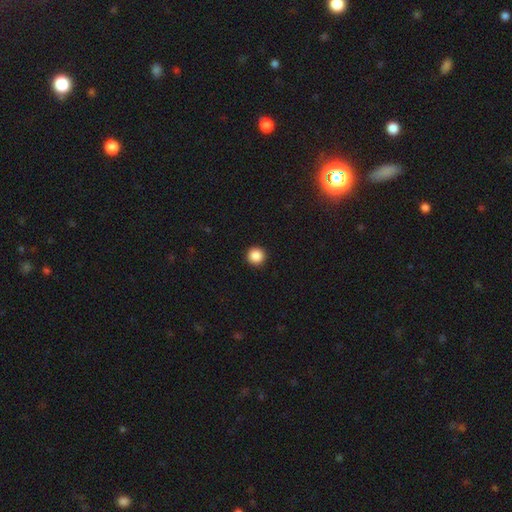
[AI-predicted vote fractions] This appears to be a smooth galaxy with no disk features (88%) that is round (96%). Merging: none (94%).